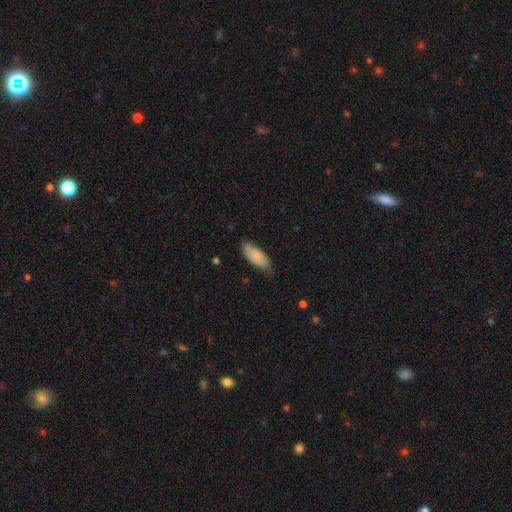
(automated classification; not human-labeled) Overall: smooth (84%). How rounded: in between (81%). Merging: none (69%).